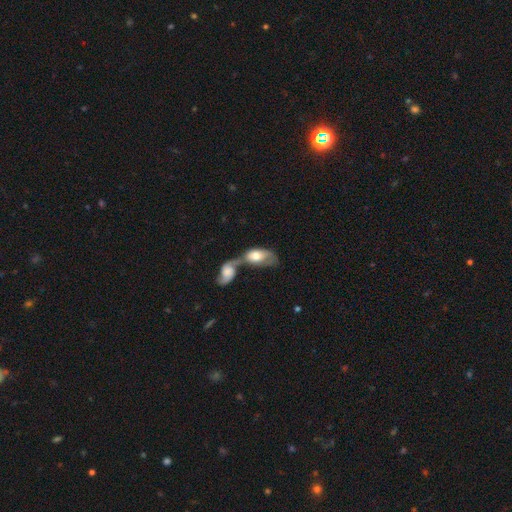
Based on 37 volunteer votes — Morphology: type=smooth (54%); roundness=in between (90%); merging=merger (78%).